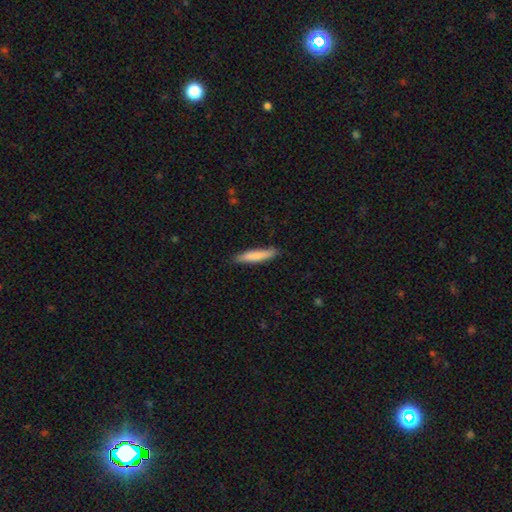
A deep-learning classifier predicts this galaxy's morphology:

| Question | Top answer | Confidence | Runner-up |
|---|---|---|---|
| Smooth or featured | smooth | 79% | featured or disk (16%) |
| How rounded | cigar-shaped | 90% | in between (8%) |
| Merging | none | 88% | minor disturbance (10%) |